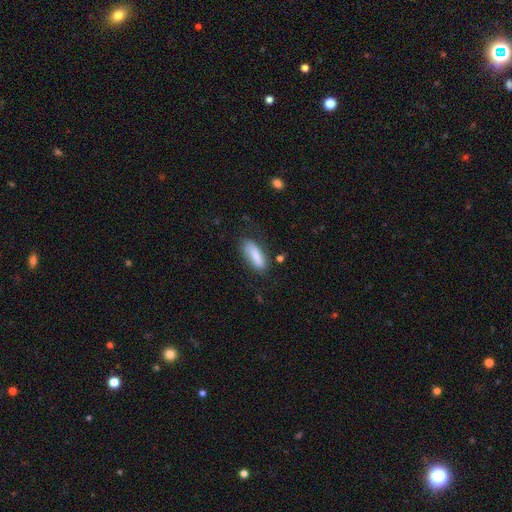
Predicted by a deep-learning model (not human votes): A smooth galaxy with no disk features (79%) that is in between round and cigar-shaped (69%). Merging: none (68%).